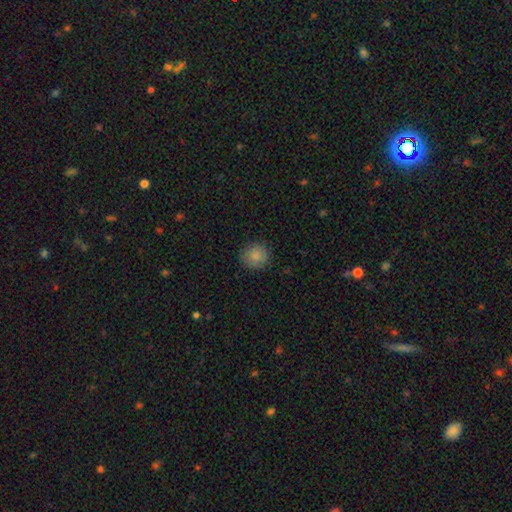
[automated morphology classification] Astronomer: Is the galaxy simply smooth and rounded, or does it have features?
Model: smooth — 85%.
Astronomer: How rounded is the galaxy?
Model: round — 88%.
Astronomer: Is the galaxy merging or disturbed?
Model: none — 88%.